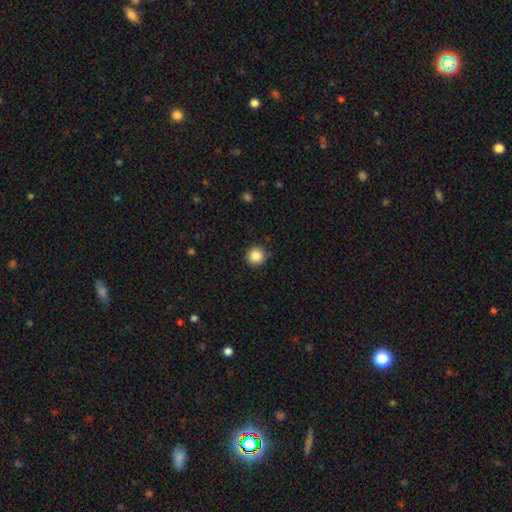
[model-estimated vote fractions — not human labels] This is clearly a smooth galaxy (86%). How rounded: clearly round (96%). Merging: clearly none (89%).